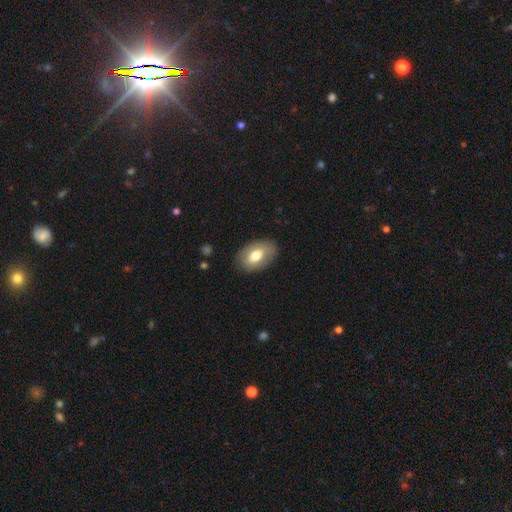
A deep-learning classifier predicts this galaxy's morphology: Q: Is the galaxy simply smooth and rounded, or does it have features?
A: smooth — 69%.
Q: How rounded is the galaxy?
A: in between — 89%.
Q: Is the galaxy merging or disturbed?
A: none — 82%.